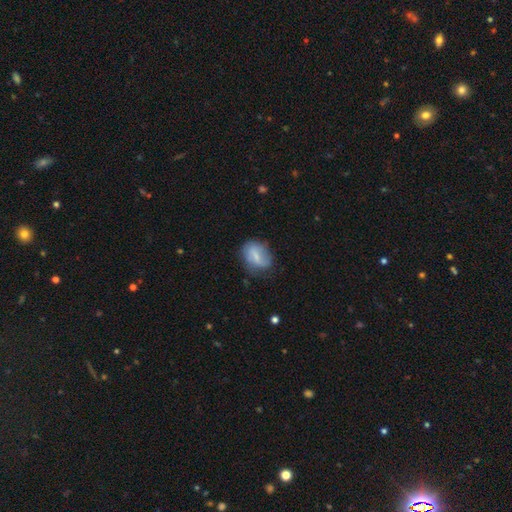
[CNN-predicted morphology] smooth 59%, featured or disk 34%, star or artifact 8%. Down the decision tree: how rounded — in between (69%); merging — none (60%).